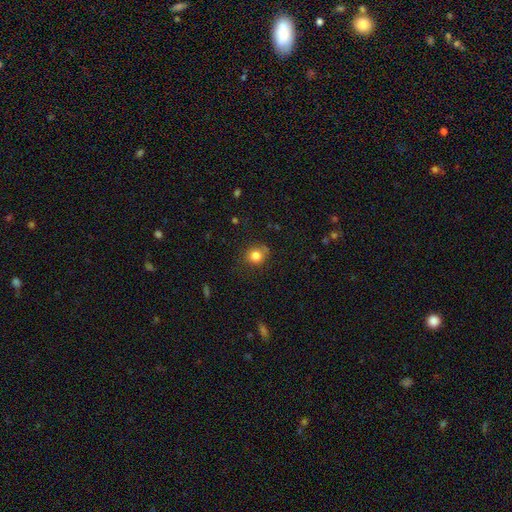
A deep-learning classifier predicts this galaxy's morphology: The model was most divided on "merging": none: 73%, minor disturbance: 20%, major disturbance: 6%, merger: 2%. More confident: smooth or featured — smooth (82%); how rounded — round (79%).